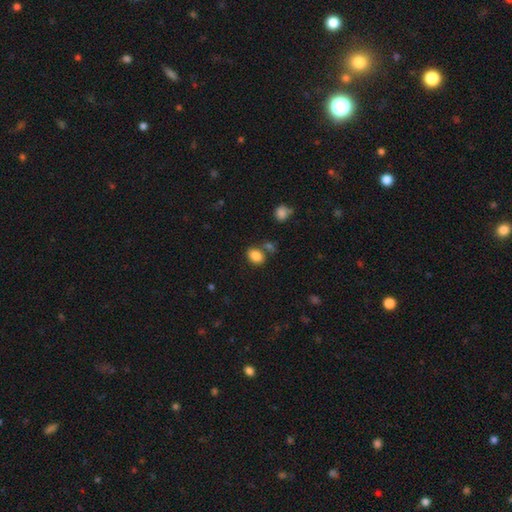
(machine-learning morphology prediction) A smooth galaxy with no disk features (85%) that is in between round and cigar-shaped (76%).

Vote fractions:
- Smooth or featured? smooth: 85% / star or artifact: 10% / featured or disk: 5%
- How rounded? in between: 76% / round: 23% / cigar-shaped: 1%
- Merging? none: 69% / minor disturbance: 13% / merger: 13% / major disturbance: 4%